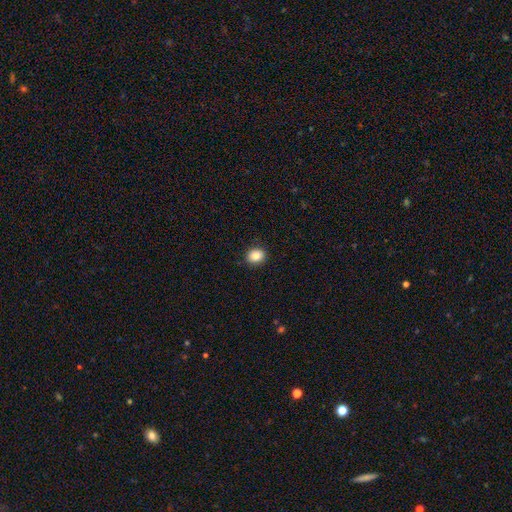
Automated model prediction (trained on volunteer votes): smooth_or_featured: smooth (p=0.87) [alt: star or artifact p=0.09]
how_rounded: round (p=0.60) [alt: in between p=0.39]
merging: none (p=0.90) [alt: minor disturbance p=0.08]